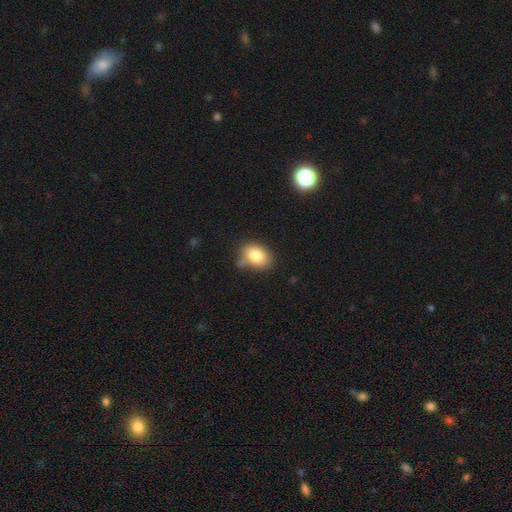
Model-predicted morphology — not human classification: smooth 81%, featured or disk 10%, star or artifact 9%. Down the decision tree: how rounded — in between (75%); merging — none (67%).